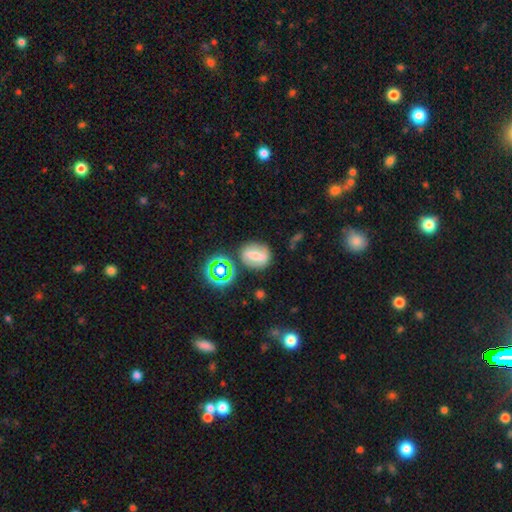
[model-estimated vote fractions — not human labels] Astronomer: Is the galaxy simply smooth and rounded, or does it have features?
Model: smooth — 45% (runner-up: featured or disk, 39%).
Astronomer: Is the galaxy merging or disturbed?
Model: none — 72%.